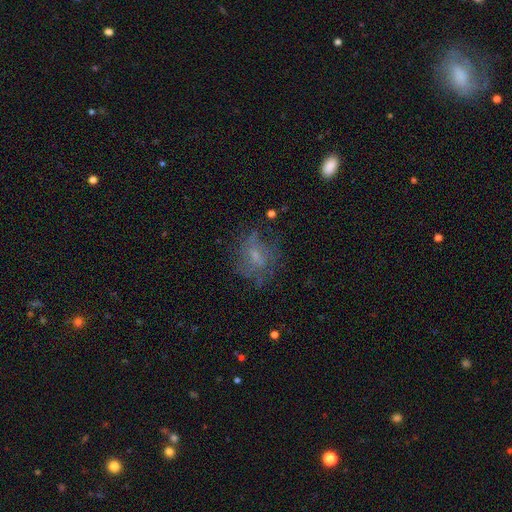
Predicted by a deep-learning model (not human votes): Q: Smooth or featured?
A: featured or disk (47%); runner-up: smooth (37%)
Q: Merging?
A: none (56%); runner-up: minor disturbance (21%)